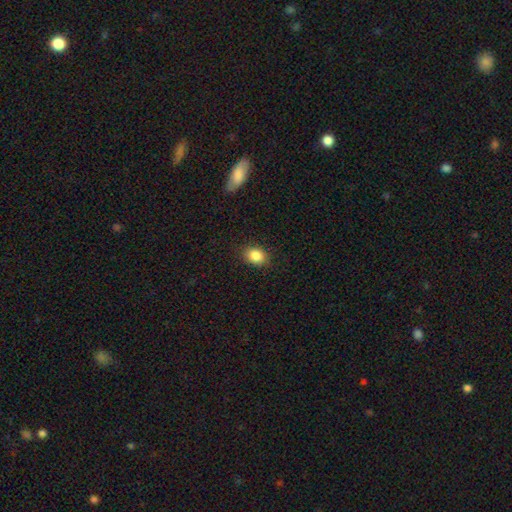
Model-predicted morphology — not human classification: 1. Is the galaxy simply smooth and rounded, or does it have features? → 86% smooth, 9% star or artifact, 4% featured or disk.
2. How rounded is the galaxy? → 59% in between, 40% round, 1% cigar-shaped.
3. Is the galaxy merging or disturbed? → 85% none, 11% minor disturbance, 3% major disturbance, 1% merger.